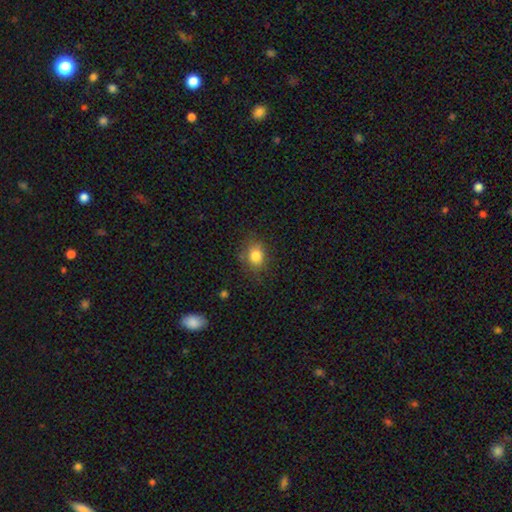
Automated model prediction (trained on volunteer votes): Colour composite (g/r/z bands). It shows a smooth galaxy with no disk features (82%) that is round (59%). Merging: none (78%).